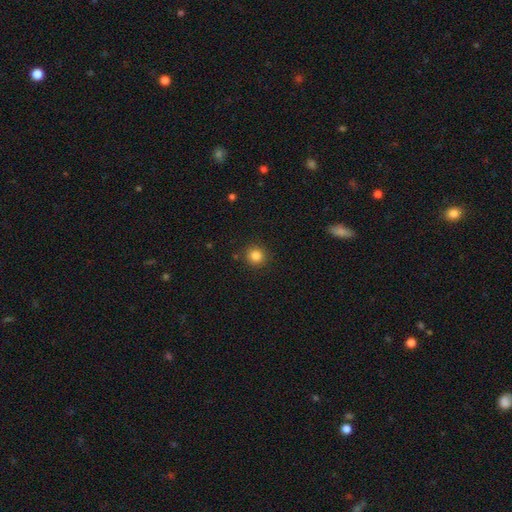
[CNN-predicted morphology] Overall: smooth (84%). How rounded: round (92%). Merging: none (89%).